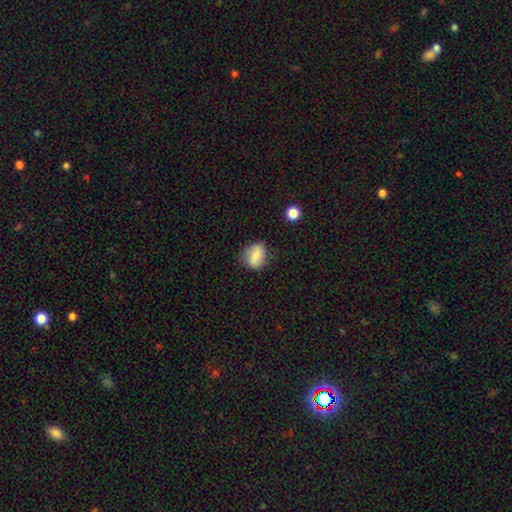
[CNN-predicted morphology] The model was most divided on "how rounded": in between: 56%, round: 41%, cigar-shaped: 2%. More confident: merging — none (71%); smooth or featured — smooth (68%).